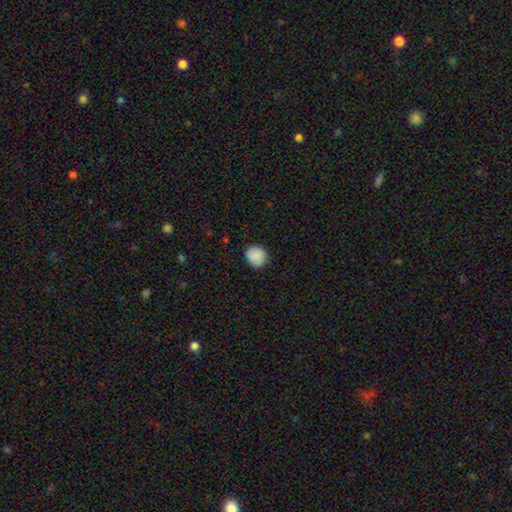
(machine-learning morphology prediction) A smooth galaxy with no disk features (88%) that is round (86%).

Vote fractions:
- Smooth or featured? smooth: 88% / star or artifact: 8% / featured or disk: 4%
- How rounded? round: 86% / in between: 13% / cigar-shaped: 1%
- Merging? none: 84% / minor disturbance: 12% / major disturbance: 2% / merger: 1%